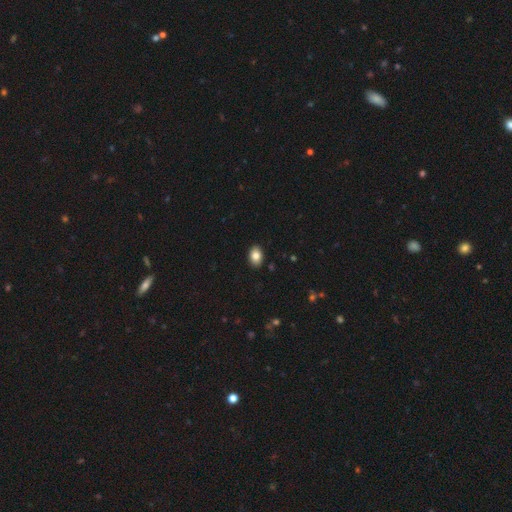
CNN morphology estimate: Overall: smooth (84%). How rounded: in between (84%). Merging: none (90%).